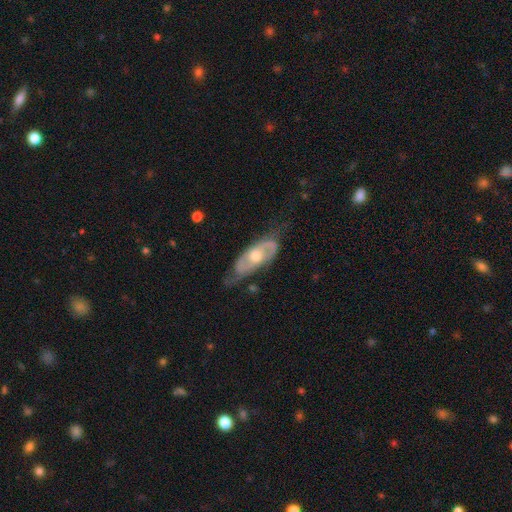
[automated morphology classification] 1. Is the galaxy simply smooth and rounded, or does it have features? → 74% featured or disk, 22% smooth, 5% star or artifact.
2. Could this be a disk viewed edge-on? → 84% no, 16% yes.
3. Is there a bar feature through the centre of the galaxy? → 71% no, 23% weak, 5% strong.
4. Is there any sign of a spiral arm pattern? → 77% yes, 23% no.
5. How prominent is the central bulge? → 71% moderate, 20% small, 7% large, 1% none, 1% dominant.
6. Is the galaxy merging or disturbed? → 56% none, 28% minor disturbance, 13% major disturbance, 2% merger.